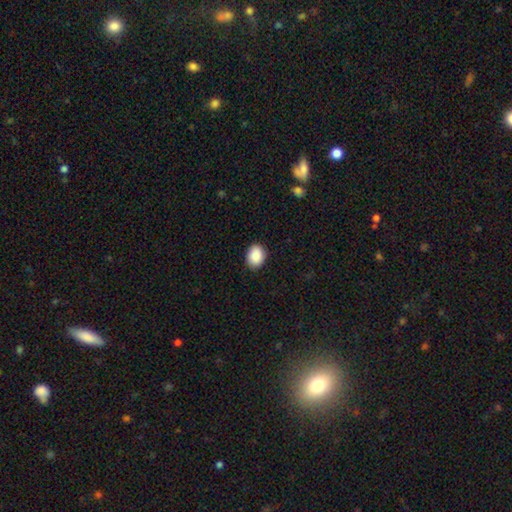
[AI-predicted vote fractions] This is clearly a smooth galaxy (90%). How rounded: likely in between (62%). Merging: clearly none (87%).